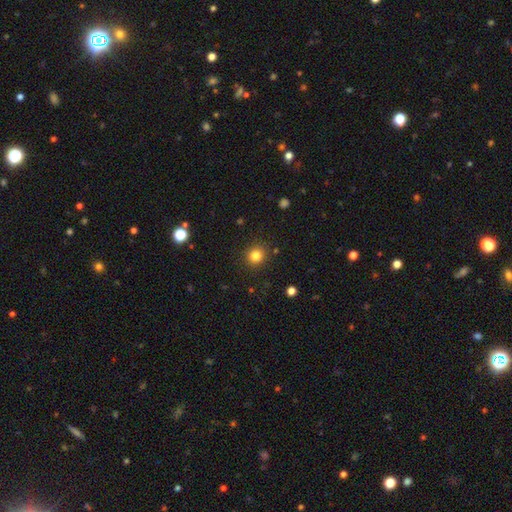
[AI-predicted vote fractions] smooth-or-featured: smooth: 83% | star or artifact: 13% | featured or disk: 5%
  how-rounded: round: 87% | in between: 12% | cigar-shaped: 1%
  merging: none: 90% | minor disturbance: 7% | major disturbance: 2% | merger: 1%